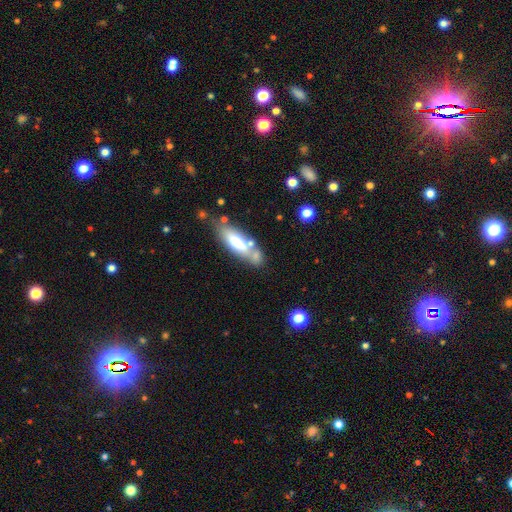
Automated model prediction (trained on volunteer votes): smooth 61%, featured or disk 32%, star or artifact 7%. Down the decision tree: how rounded — in between (54%); merging — none (54%).